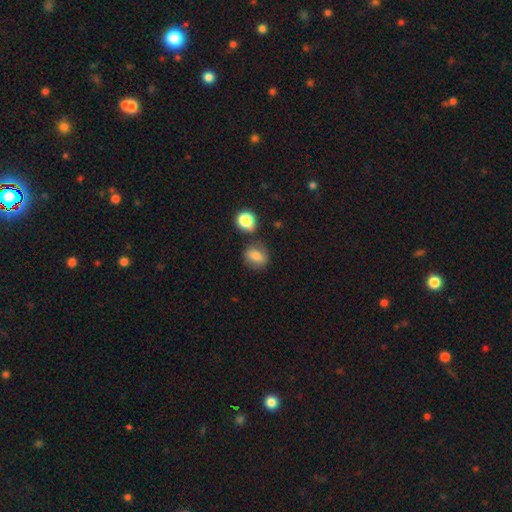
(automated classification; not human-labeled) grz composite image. It shows a smooth galaxy with no disk features (77%) that is round (59%). Merging: none (71%).